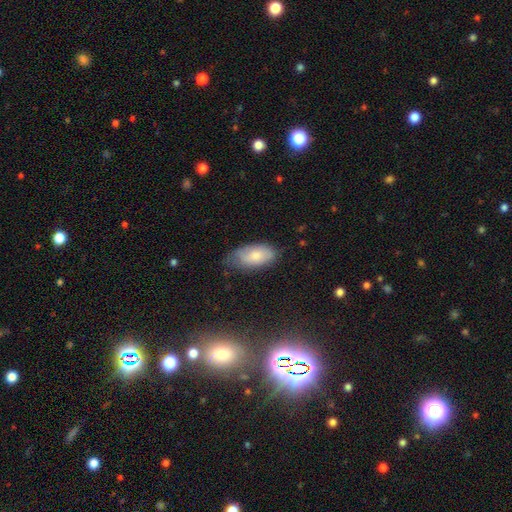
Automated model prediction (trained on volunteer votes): Q: Smooth or featured?
A: smooth (74%); runner-up: featured or disk (20%)
Q: How rounded?
A: in between (93%); runner-up: cigar-shaped (4%)
Q: Merging?
A: none (58%); runner-up: minor disturbance (33%)